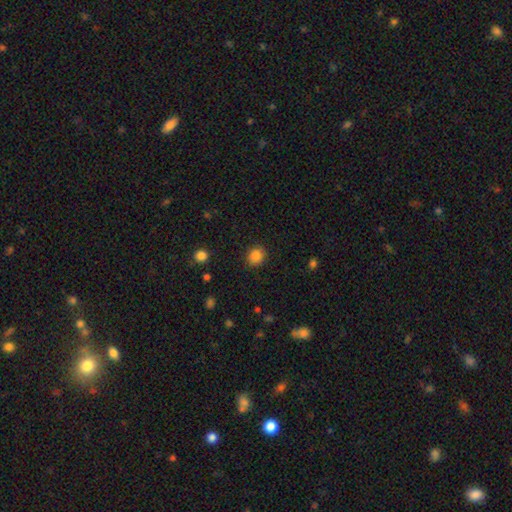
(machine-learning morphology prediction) smooth_or_featured: smooth (p=0.85) [alt: star or artifact p=0.11]
how_rounded: round (p=0.78) [alt: in between p=0.22]
merging: none (p=0.89) [alt: minor disturbance p=0.07]